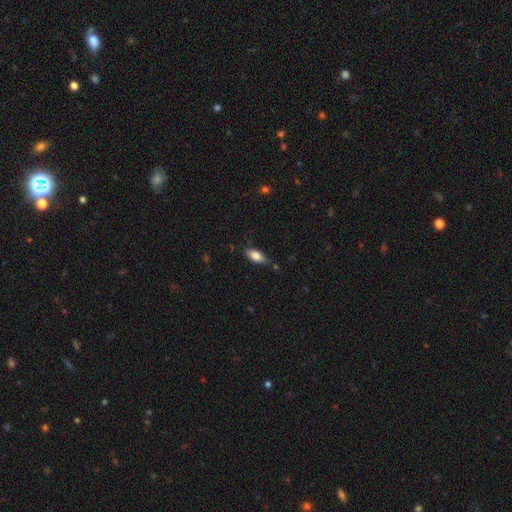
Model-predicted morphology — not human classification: This is likely a smooth galaxy (80%). How rounded: clearly in between (83%). Merging: likely none (70%).